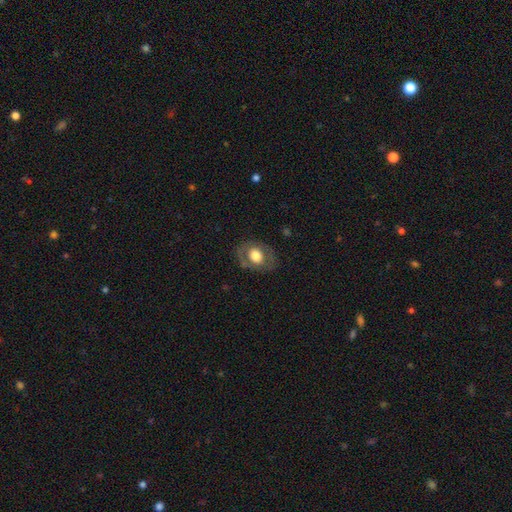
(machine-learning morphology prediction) This appears to be a smooth galaxy with no disk features (56%) that is in between round and cigar-shaped (61%). Merging: none (74%).